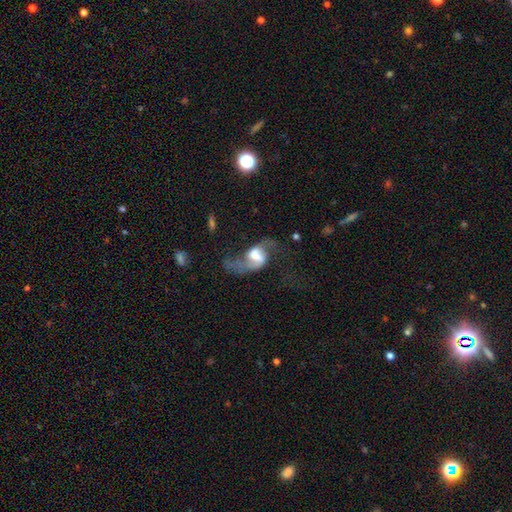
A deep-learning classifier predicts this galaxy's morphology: smooth-or-featured: featured or disk: 77% | smooth: 15% | star or artifact: 7%
  disk-edge-on: no: 97% | yes: 3%
    bar: weak: 50% | no: 26% | strong: 24%
    has-spiral-arms: yes: 90% | no: 10%
      spiral-winding: loose: 79% | medium: 18% | tight: 4%
      spiral-arm-count: 2: 82% | 1: 13% | can't tell: 3% | 3: 1% | 4: 1% | more than 4: 1%
    bulge-size: large: 34% (tied) | moderate: 34% (tied) | small: 15% | none: 12% | dominant: 6%
  merging: none: 39% | major disturbance: 37% | minor disturbance: 16% | merger: 8%